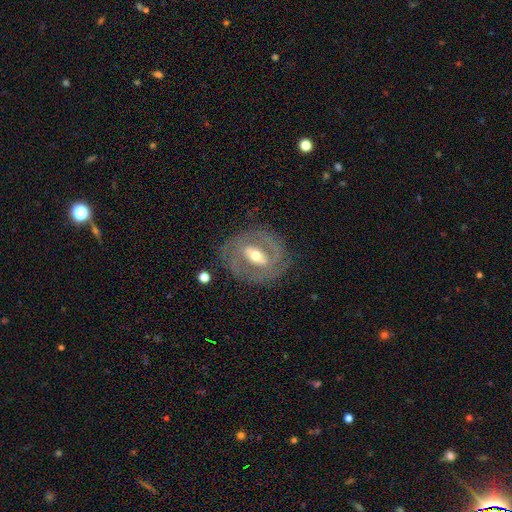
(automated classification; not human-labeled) Smooth or featured? featured or disk (84%)
Edge-on disk? no (94%)
Bar? strong (51%)
Spiral arms? yes (88%)
Spiral winding? tight (56%)
Spiral arm count? 2 (73%)
Bulge size? moderate (67%)
Merging? none (80%)